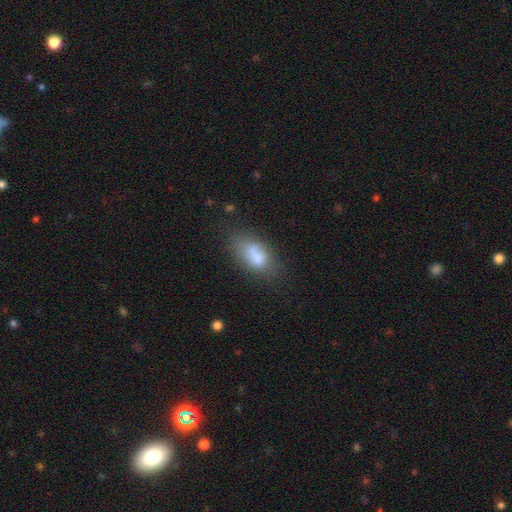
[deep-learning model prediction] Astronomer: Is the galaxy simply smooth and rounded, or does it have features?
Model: smooth — 73%.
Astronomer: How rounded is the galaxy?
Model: in between — 89%.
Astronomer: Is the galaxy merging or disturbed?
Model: none — 48% (runner-up: minor disturbance, 26%).